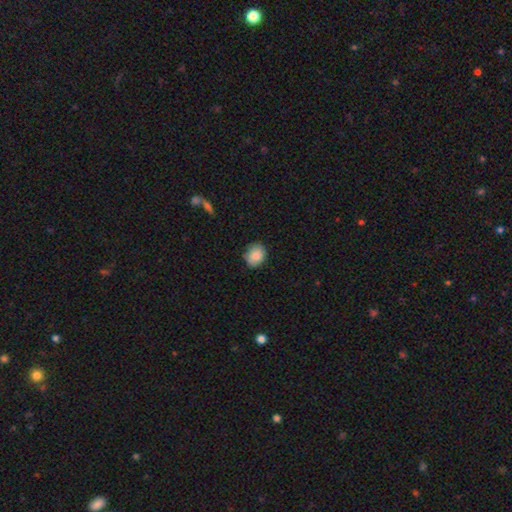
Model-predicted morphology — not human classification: Smooth or featured? smooth (86%)
How rounded? round (56%)
Merging? none (80%)